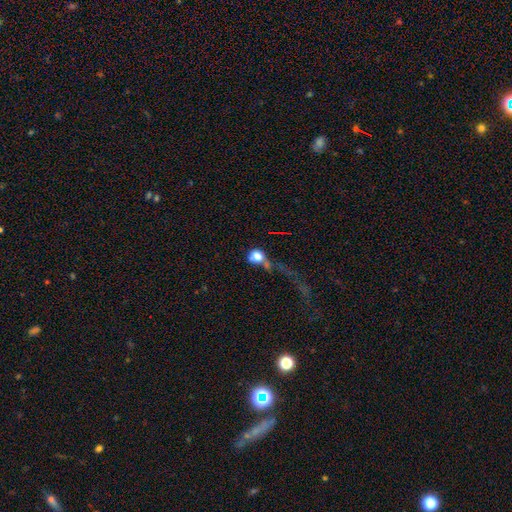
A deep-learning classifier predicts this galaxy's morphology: This is likely a smooth galaxy (70%). How rounded: possibly round (54%). Merging: marginally major disturbance (39%).